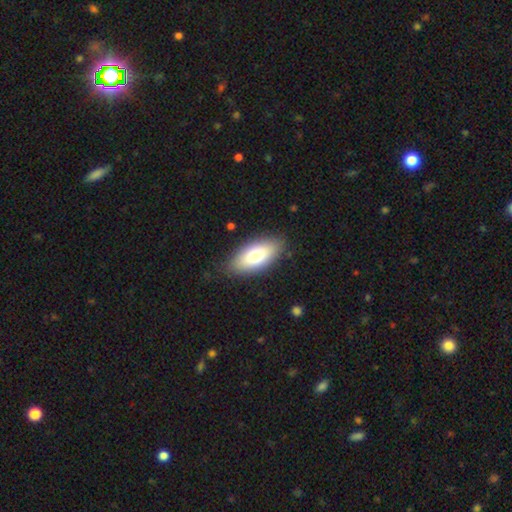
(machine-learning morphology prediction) smooth 73%, featured or disk 21%, star or artifact 7%. Down the decision tree: how rounded — in between (88%); merging — none (85%).